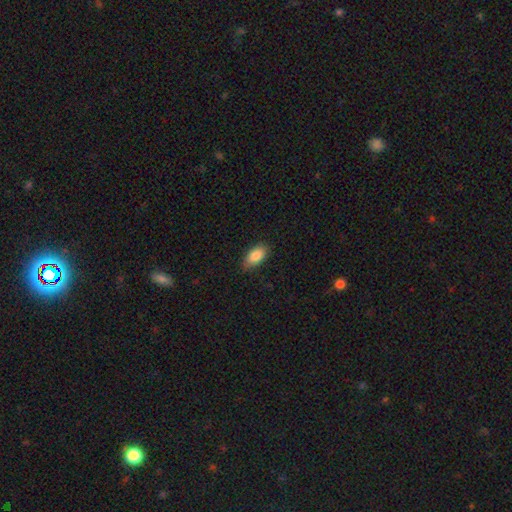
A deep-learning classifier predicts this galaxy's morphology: smooth-or-featured: smooth: 86% | star or artifact: 7% | featured or disk: 7%
  how-rounded: in between: 92% | round: 4% | cigar-shaped: 4%
  merging: none: 82% | minor disturbance: 15% | major disturbance: 3% | merger: 1%